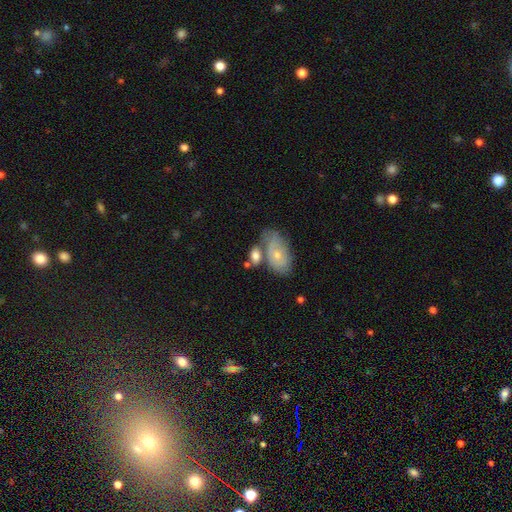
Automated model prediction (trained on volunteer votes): Smooth or featured: smooth — 66% (featured or disk — 27%)
How rounded: in between — 83% (round — 12%)
Merging: none — 42% (merger — 34%)